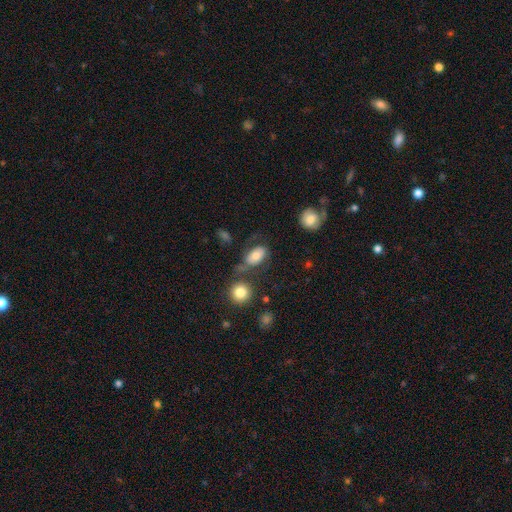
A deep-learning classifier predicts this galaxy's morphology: This appears to be a smooth galaxy with no disk features (72%) that is in between round and cigar-shaped (88%). Merging: none (49%).